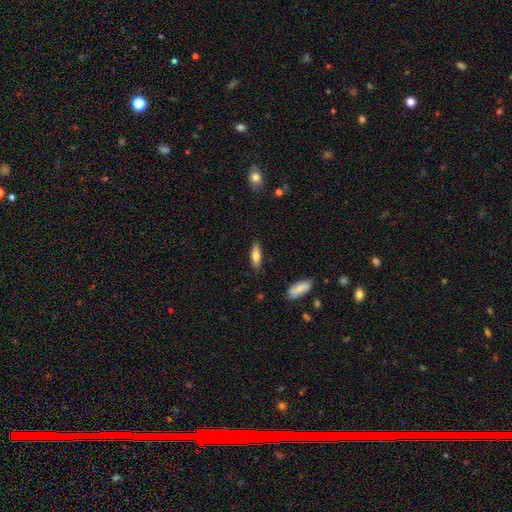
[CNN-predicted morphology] This appears to be a smooth galaxy with no disk features (71%) that is in between round and cigar-shaped (49%, tied with cigar-shaped). Merging: none (85%).